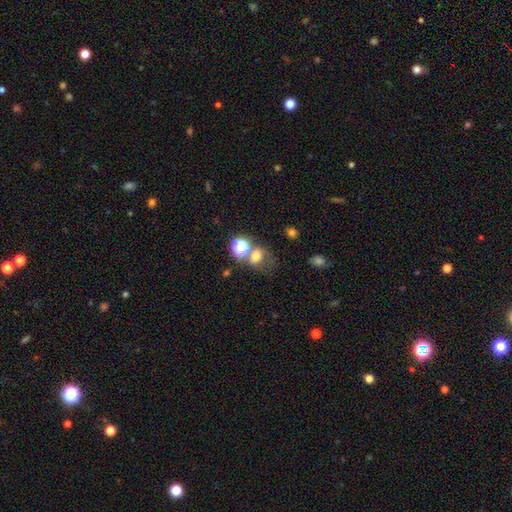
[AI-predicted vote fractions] This appears to be a smooth galaxy with no disk features (62%) that is round (56%). Merging: none (41%).